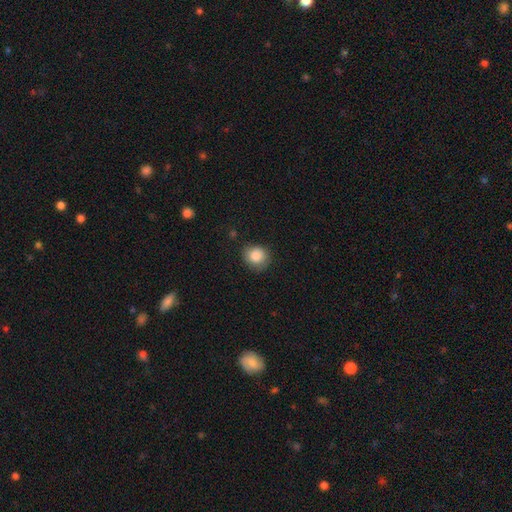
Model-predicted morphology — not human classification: Smooth or featured?
  - smooth: 86% *
  - star or artifact: 8%
  - featured or disk: 6%
How rounded?
  - round: 81% *
  - in between: 18%
  - cigar-shaped: 1%
Merging?
  - none: 76% *
  - minor disturbance: 18%
  - major disturbance: 4%
  - merger: 1%